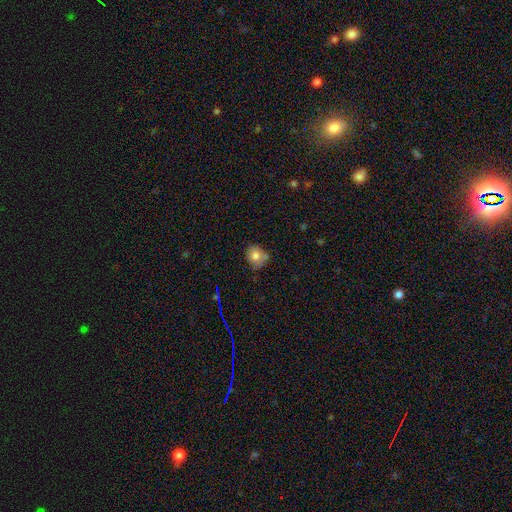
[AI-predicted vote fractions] Overall: smooth (77%). How rounded: round (69%; in between 30%). Merging: none (57%; minor disturbance 31%).